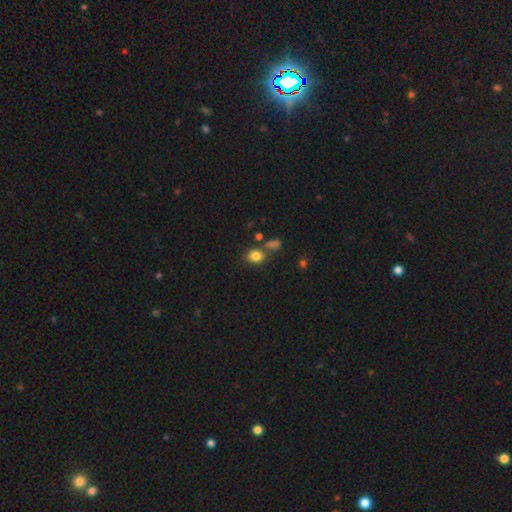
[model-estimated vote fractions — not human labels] Smooth or featured?
  - smooth: 82% *
  - star or artifact: 11%
  - featured or disk: 6%
How rounded?
  - round: 51% *
  - in between: 48%
  - cigar-shaped: 1%
Merging?
  - none: 67% *
  - merger: 16%
  - minor disturbance: 13%
  - major disturbance: 5%